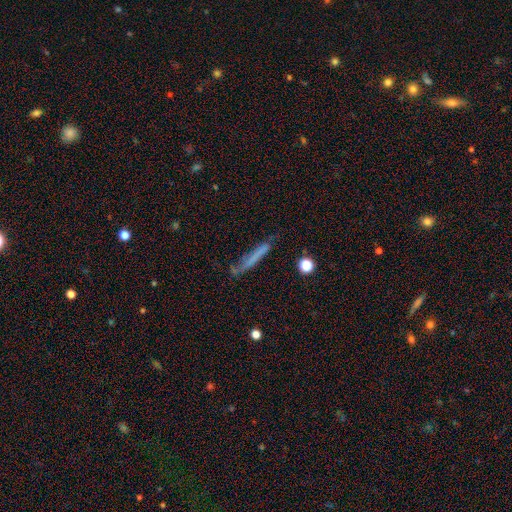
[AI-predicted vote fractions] The model was most divided on "smooth or featured": smooth: 58%, featured or disk: 33%, star or artifact: 9%. More confident: how rounded — cigar-shaped (93%); merging — none (61%).